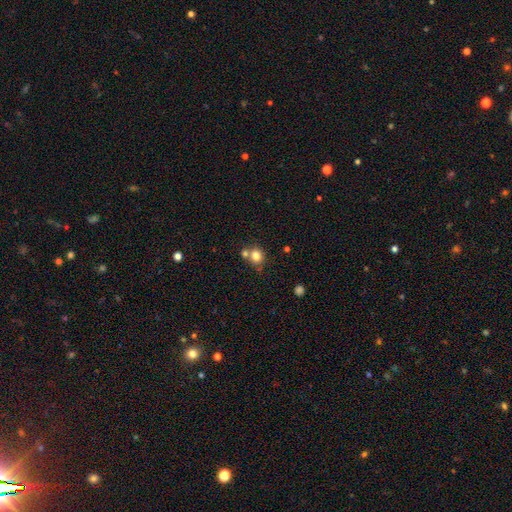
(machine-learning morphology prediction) This is likely a smooth galaxy (80%). How rounded: likely round (77%). Merging: possibly none (52%).